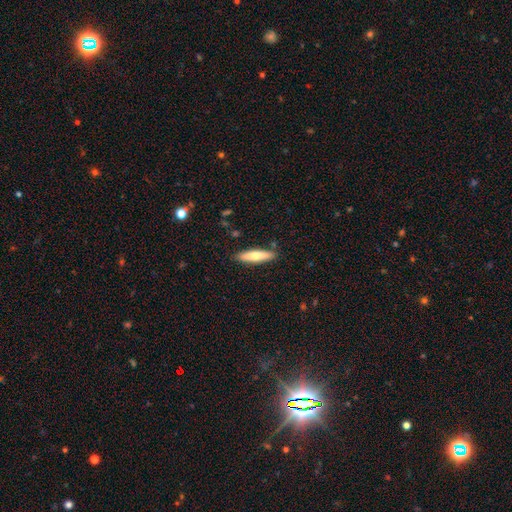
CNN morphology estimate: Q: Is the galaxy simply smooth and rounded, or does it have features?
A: smooth — 63%.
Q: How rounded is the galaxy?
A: cigar-shaped — 77%.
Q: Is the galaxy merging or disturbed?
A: none — 88%.